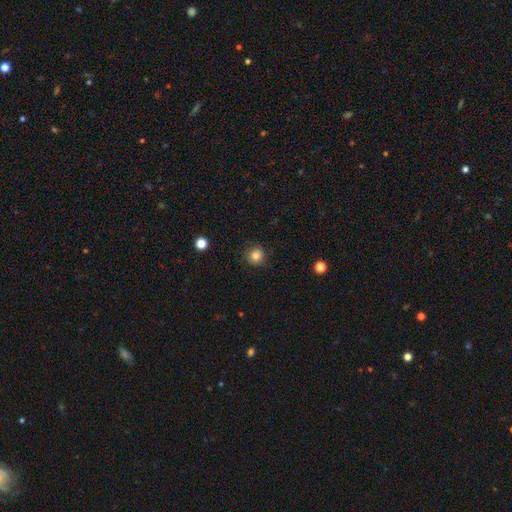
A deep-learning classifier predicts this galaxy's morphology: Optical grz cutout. It shows a smooth galaxy with no disk features (82%) that is round (91%). Merging: none (87%).